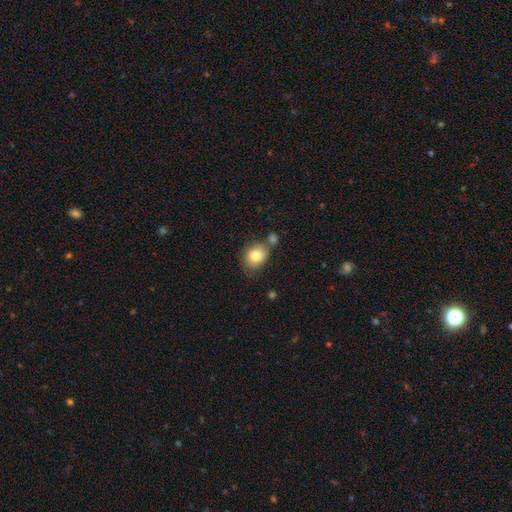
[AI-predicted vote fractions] This is clearly a smooth galaxy (83%). How rounded: possibly round (55%). Merging: possibly none (53%).